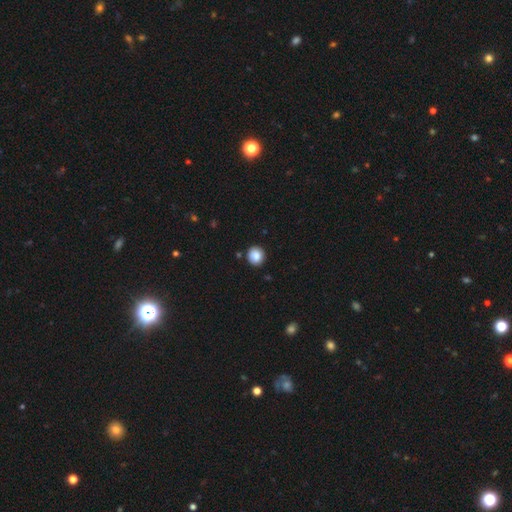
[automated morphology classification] The model was most divided on "how rounded": round: 87%, in between: 12%, cigar-shaped: 1%. More confident: merging — none (89%); smooth or featured — smooth (87%).